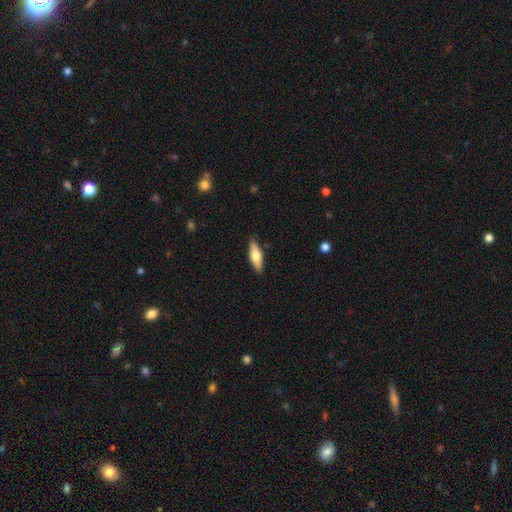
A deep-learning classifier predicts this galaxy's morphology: A smooth galaxy with no disk features (57%) that is in between round and cigar-shaped (52%). Merging: none (88%).